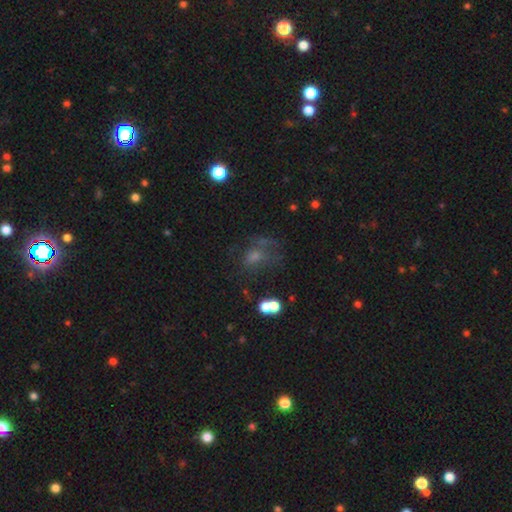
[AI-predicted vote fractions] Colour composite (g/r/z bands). It shows a smooth galaxy with no disk features (46%). Merging: none (38%).